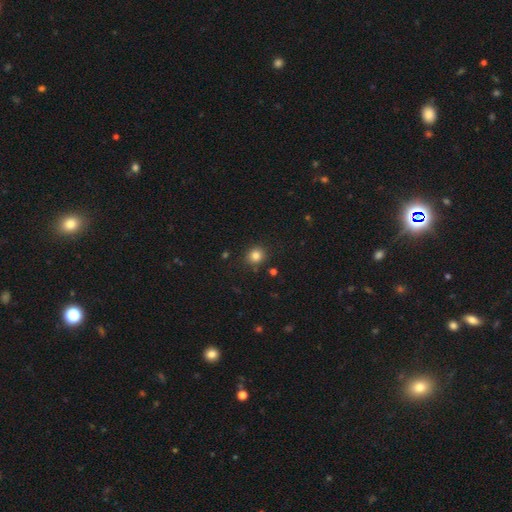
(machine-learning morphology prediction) A smooth galaxy with no disk features (82%) that is round (84%).

Vote fractions:
- Smooth or featured? smooth: 82% / star or artifact: 12% / featured or disk: 5%
- How rounded? round: 84% / in between: 16% / cigar-shaped: 1%
- Merging? none: 85% / minor disturbance: 9% / merger: 3% / major disturbance: 3%